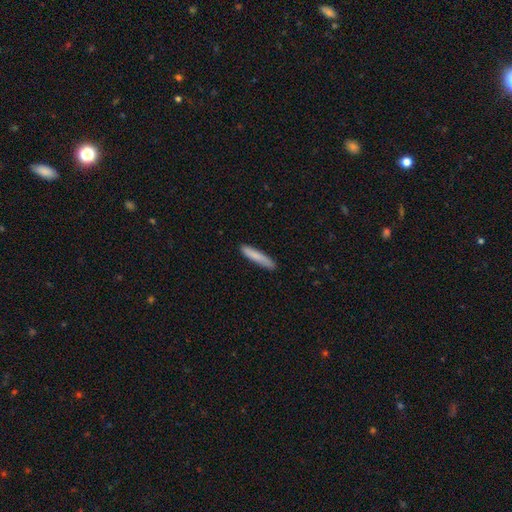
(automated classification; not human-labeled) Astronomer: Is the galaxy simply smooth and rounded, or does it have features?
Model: smooth — 83%.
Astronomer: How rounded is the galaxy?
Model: cigar-shaped — 92%.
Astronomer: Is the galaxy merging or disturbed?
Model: none — 87%.